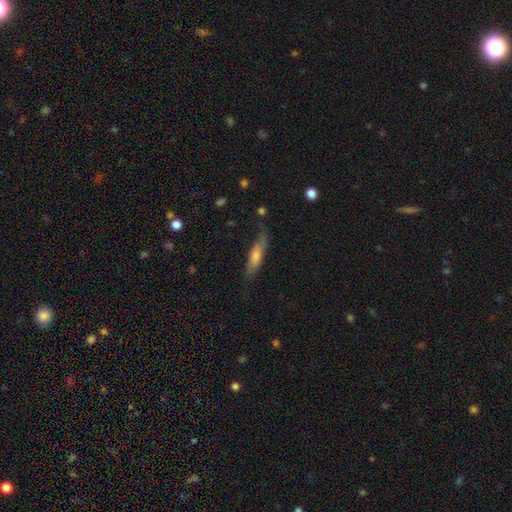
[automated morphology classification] type=smooth (55%); roundness=cigar-shaped (74%); merging=none (65%).